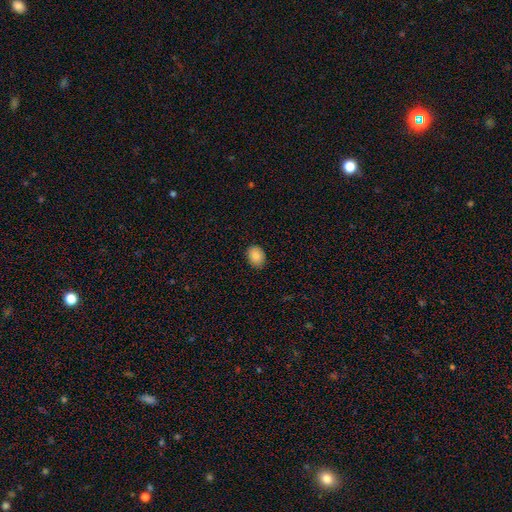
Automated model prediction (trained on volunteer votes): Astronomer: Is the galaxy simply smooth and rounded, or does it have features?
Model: smooth — 86%.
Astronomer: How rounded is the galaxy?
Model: in between — 65%.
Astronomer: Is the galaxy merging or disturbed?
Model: none — 87%.